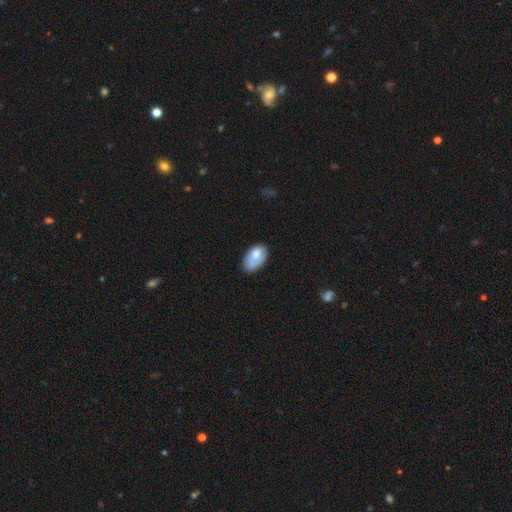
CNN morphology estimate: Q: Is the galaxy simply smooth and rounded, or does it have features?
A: smooth — 74%.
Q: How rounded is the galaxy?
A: in between — 93%.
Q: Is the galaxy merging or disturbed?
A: none — 52%.